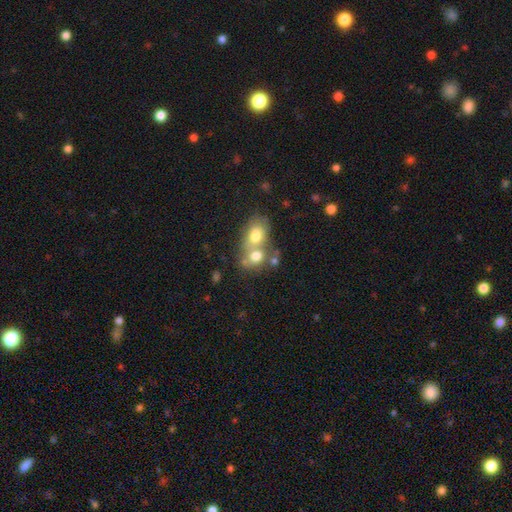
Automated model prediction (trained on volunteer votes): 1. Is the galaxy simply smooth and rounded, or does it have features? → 70% smooth, 20% featured or disk, 10% star or artifact.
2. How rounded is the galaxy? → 51% in between, 47% round, 1% cigar-shaped.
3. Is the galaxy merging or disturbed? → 66% merger, 23% none, 7% minor disturbance, 4% major disturbance.